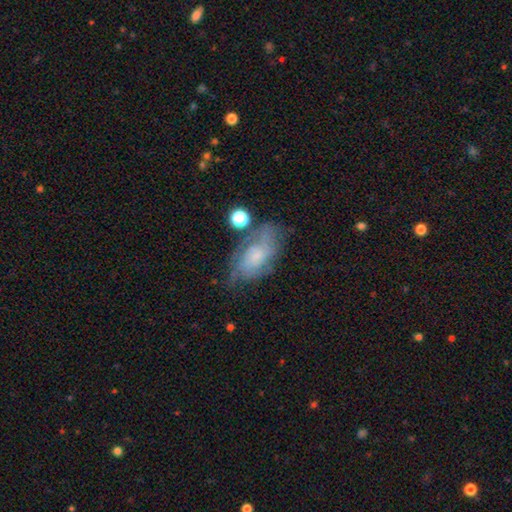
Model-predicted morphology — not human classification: Smooth or featured? featured or disk (58%)
Edge-on disk? no (94%)
Bar? no (73%)
Spiral arms? yes (78%)
Bulge size? small (55%)
Merging? none (50%)